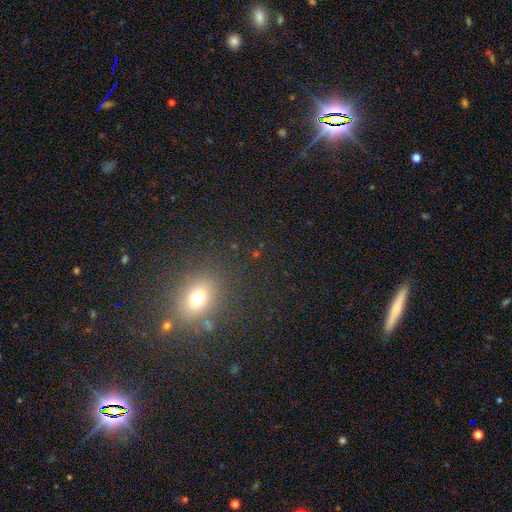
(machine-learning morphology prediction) This appears to be a smooth galaxy with no disk features (53%) that is round (52%). Merging: none (84%).